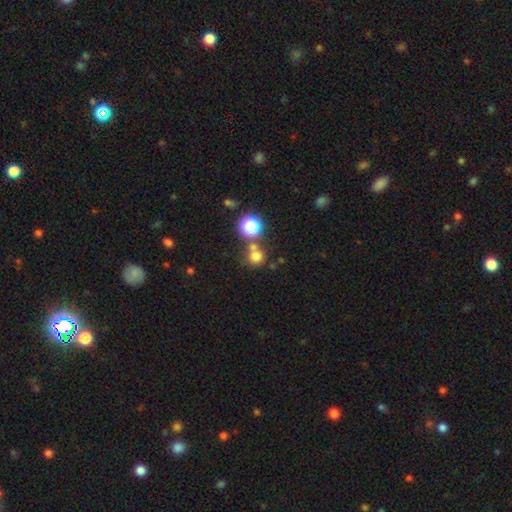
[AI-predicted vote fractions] Smooth or featured? Predicted: smooth (p=0.70). How rounded? Predicted: round (p=0.89). Merging? Predicted: none (p=0.61).